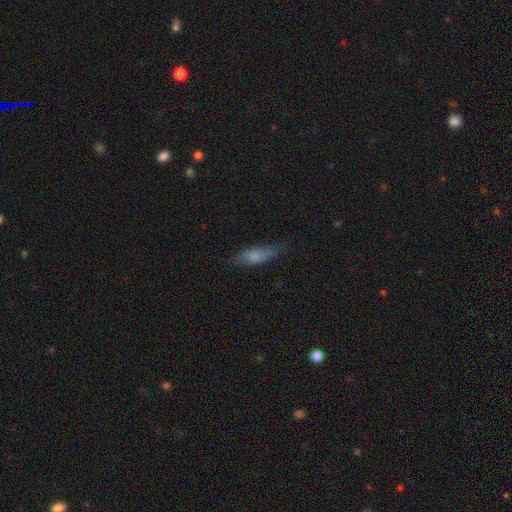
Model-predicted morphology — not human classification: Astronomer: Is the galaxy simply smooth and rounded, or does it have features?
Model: smooth — 69%.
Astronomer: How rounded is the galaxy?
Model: in between — 50% (runner-up: cigar-shaped, 48%).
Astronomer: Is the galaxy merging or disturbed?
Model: none — 66%.